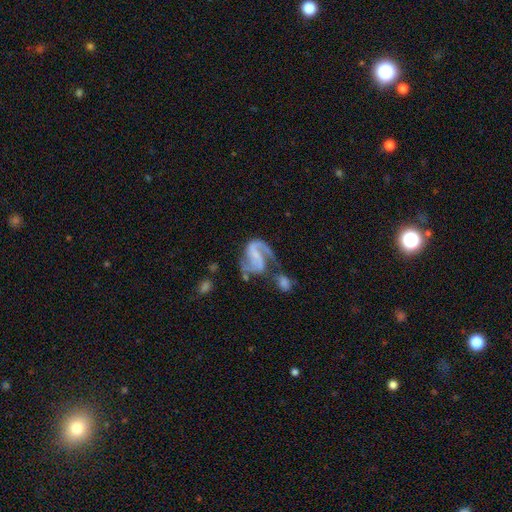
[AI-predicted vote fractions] This is clearly a featured or disk galaxy (87%). It is clearly not viewed edge-on (98%). Bar: marginally weak (42%). Spiral arm pattern: clearly yes (96%). Spiral arm count: clearly 2 (85%). Spiral winding: possibly medium (51%). Central bulge: marginally none (43%). Merging: marginally none (34%).